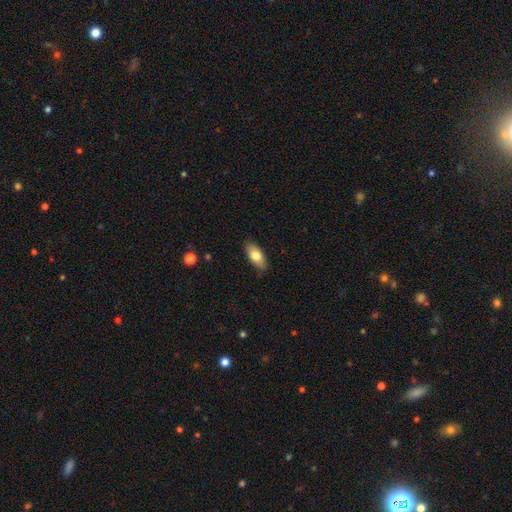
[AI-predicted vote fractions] Smooth or featured?
  - smooth: 75% *
  - featured or disk: 18%
  - star or artifact: 6%
How rounded?
  - in between: 85% *
  - cigar-shaped: 12%
  - round: 3%
Merging?
  - none: 86% *
  - minor disturbance: 11%
  - major disturbance: 2%
  - merger: 1%